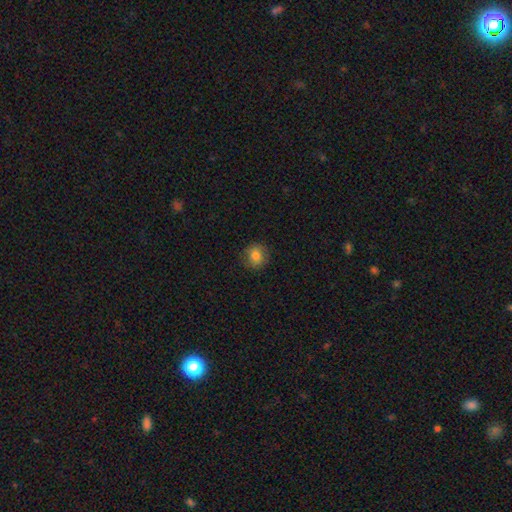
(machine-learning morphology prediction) Overall: smooth (81%). How rounded: round (87%). Merging: none (87%).